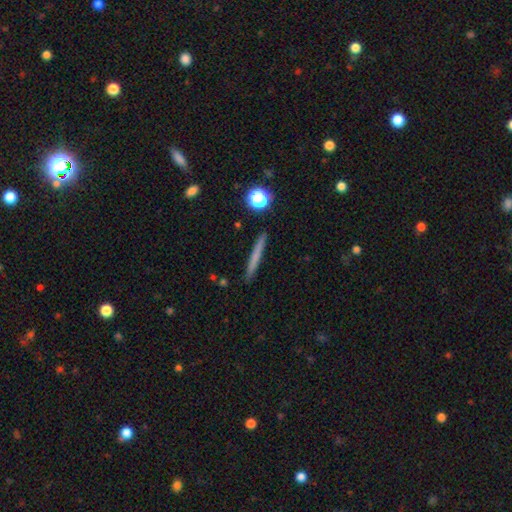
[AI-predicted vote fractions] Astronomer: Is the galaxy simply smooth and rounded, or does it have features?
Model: smooth — 63%.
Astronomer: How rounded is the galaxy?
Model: cigar-shaped — 95%.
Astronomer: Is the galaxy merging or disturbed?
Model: none — 91%.